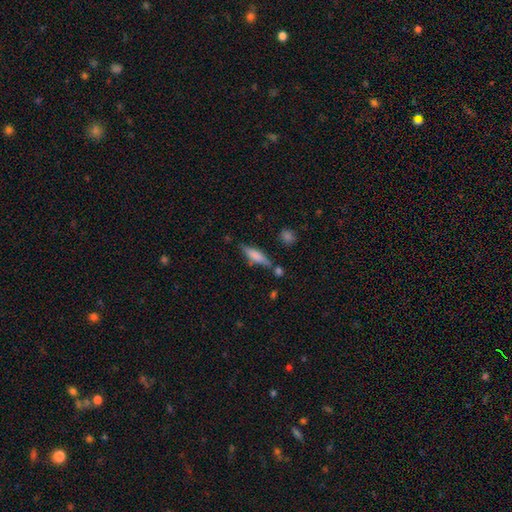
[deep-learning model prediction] Smooth or featured: smooth — 65% (featured or disk — 27%)
How rounded: cigar-shaped — 67% (in between — 30%)
Merging: none — 69% (minor disturbance — 18%)